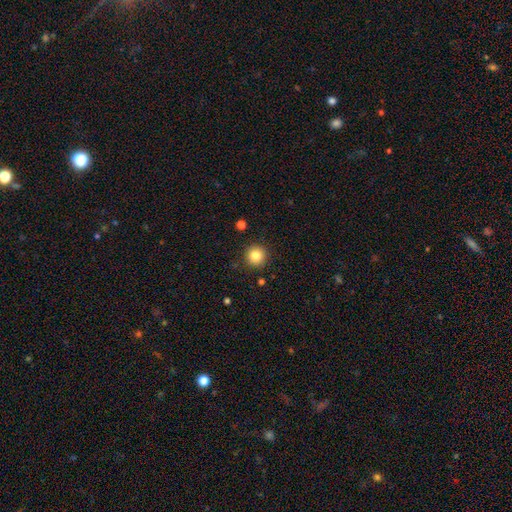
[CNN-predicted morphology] Overall: smooth (83%). How rounded: round (95%). Merging: none (91%).